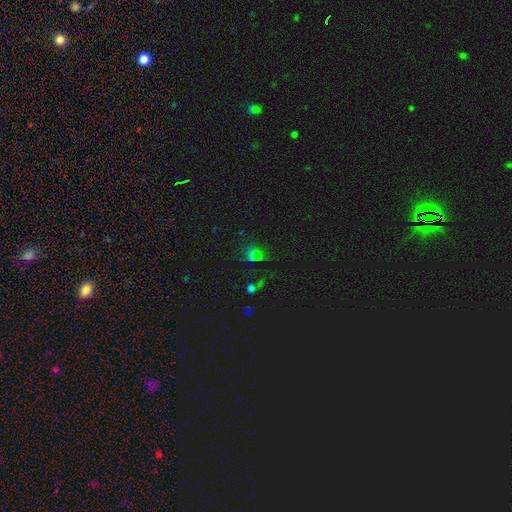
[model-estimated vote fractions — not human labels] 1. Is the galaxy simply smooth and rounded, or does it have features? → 55% star or artifact, 36% smooth, 9% featured or disk.